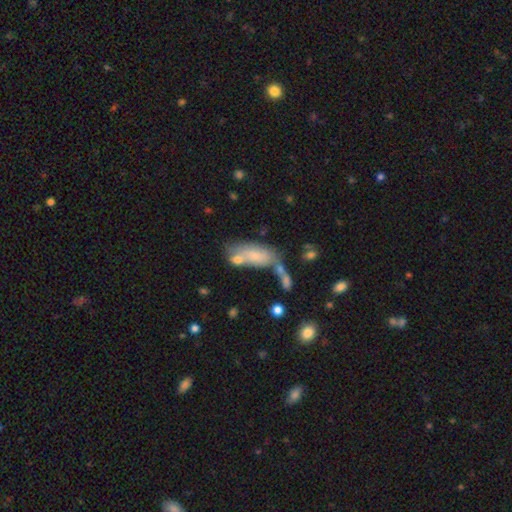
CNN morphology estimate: Smooth or featured? smooth (66%)
How rounded? in between (82%)
Merging? merger (41%)